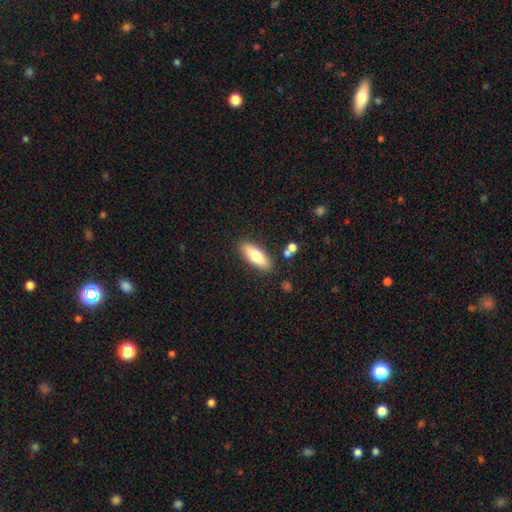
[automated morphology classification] A smooth galaxy with no disk features (76%) that is in between round and cigar-shaped (68%). Merging: none (84%).